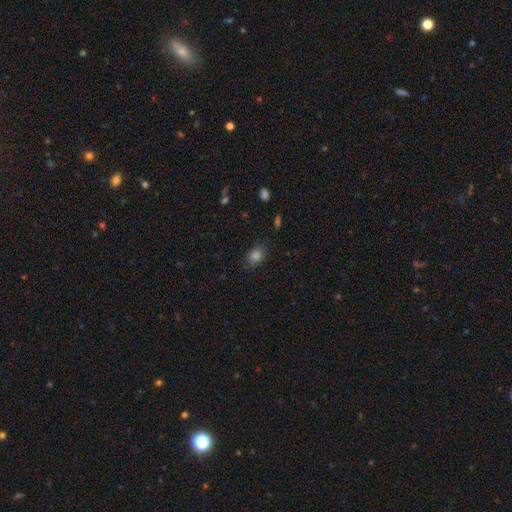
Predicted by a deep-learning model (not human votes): This is clearly a smooth galaxy (81%). How rounded: possibly in between (56%). Merging: clearly none (82%).